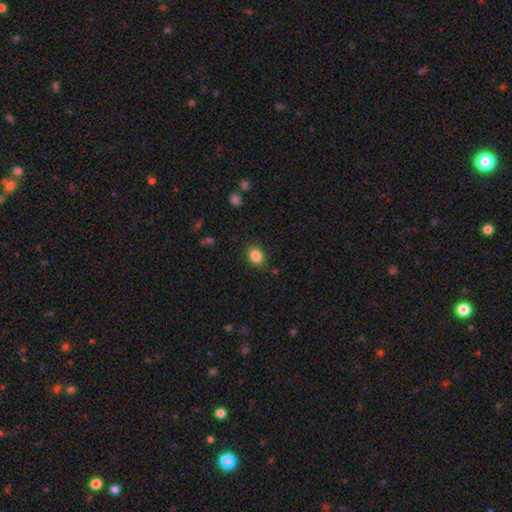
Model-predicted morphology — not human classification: The model was most divided on "how rounded": in between: 61%, round: 38%, cigar-shaped: 1%. More confident: merging — none (86%); smooth or featured — smooth (86%).